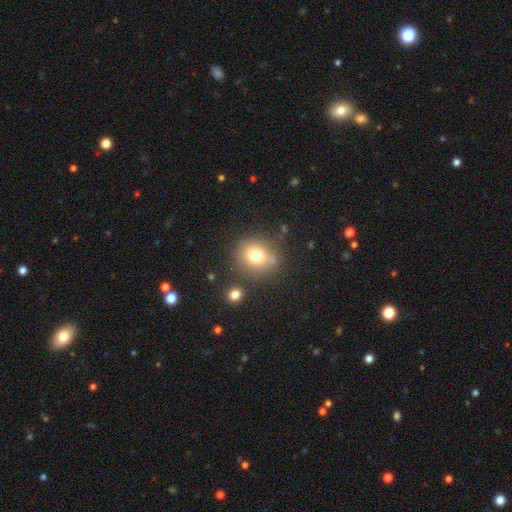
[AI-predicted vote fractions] smooth-or-featured: smooth: 74% | star or artifact: 13% | featured or disk: 12%
  how-rounded: round: 83% | in between: 16% | cigar-shaped: 1%
  merging: none: 75% | minor disturbance: 12% | merger: 9% | major disturbance: 4%